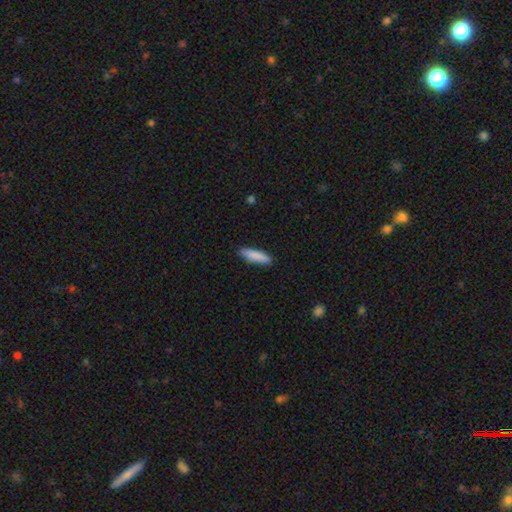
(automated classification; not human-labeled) A smooth galaxy with no disk features (87%) that is cigar-shaped (77%).

Vote fractions:
- Smooth or featured? smooth: 87% / featured or disk: 8% / star or artifact: 6%
- How rounded? cigar-shaped: 77% / in between: 22% / round: 1%
- Merging? none: 88% / minor disturbance: 9% / major disturbance: 2% / merger: 1%